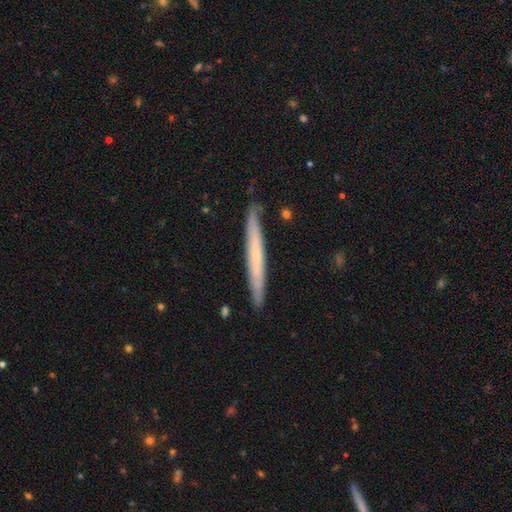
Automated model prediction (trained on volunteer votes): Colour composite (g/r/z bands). It shows a featured or disk galaxy (53%) viewed edge-on (92%). Merging: none (87%).